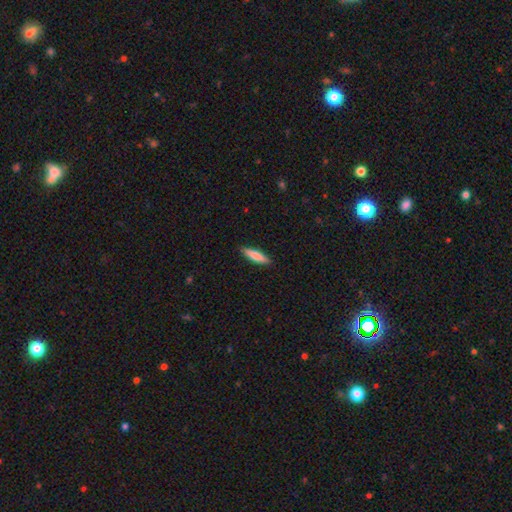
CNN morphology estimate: Smooth or featured?
  - smooth: 81% *
  - featured or disk: 14%
  - star or artifact: 6%
How rounded?
  - cigar-shaped: 75% *
  - in between: 24%
  - round: 1%
Merging?
  - none: 88% *
  - minor disturbance: 9%
  - major disturbance: 2%
  - merger: 1%